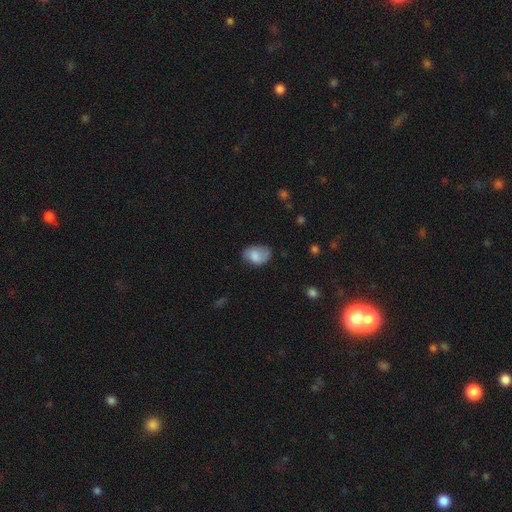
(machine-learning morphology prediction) A smooth galaxy with no disk features (79%) that is in between round and cigar-shaped (79%).

Vote fractions:
- Smooth or featured? smooth: 79% / featured or disk: 13% / star or artifact: 7%
- How rounded? in between: 79% / round: 20% / cigar-shaped: 1%
- Merging? none: 62% / minor disturbance: 29% / major disturbance: 8% / merger: 2%